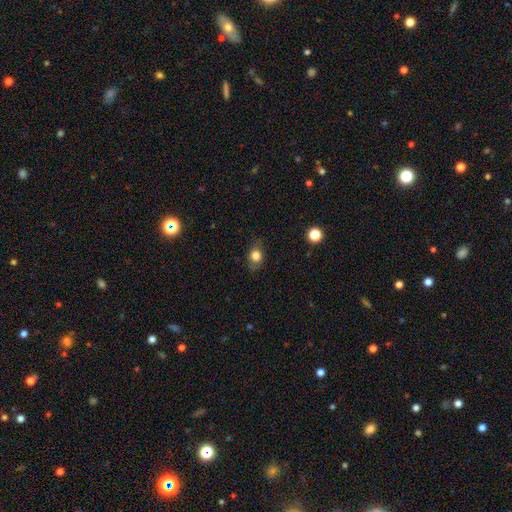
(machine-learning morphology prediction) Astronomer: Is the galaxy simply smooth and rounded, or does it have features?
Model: smooth — 77%.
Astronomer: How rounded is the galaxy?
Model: in between — 51% (runner-up: round, 47%).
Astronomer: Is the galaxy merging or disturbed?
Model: none — 73%.